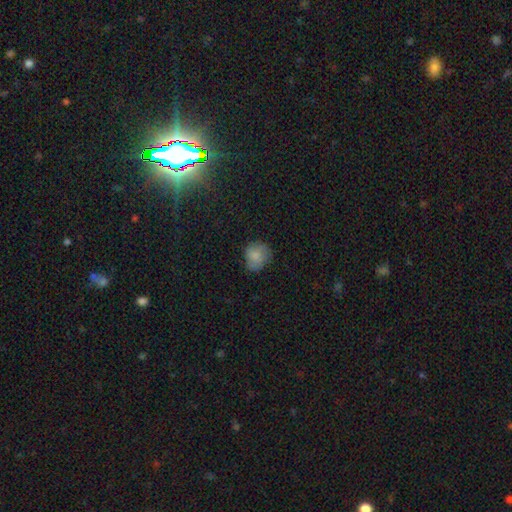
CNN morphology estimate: The model was most divided on "merging": none: 66%, minor disturbance: 25%, major disturbance: 7%, merger: 1%. More confident: smooth or featured — smooth (80%); how rounded — round (74%).